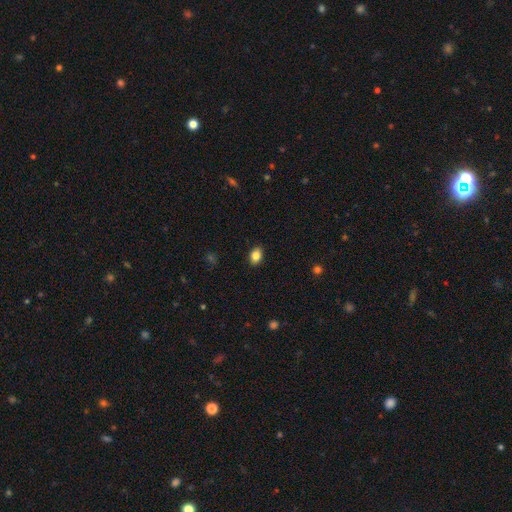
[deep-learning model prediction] Morphology: type=smooth (84%); roundness=in between (76%); merging=none (89%).